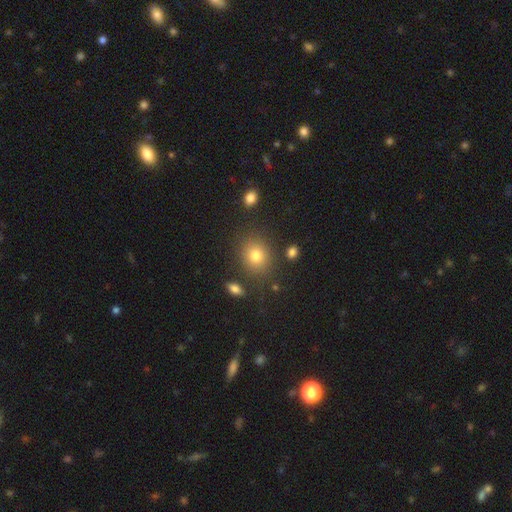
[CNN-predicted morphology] Q: Smooth or featured?
A: smooth (79%); runner-up: star or artifact (13%)
Q: How rounded?
A: round (67%); runner-up: in between (32%)
Q: Merging?
A: none (81%); runner-up: minor disturbance (10%)